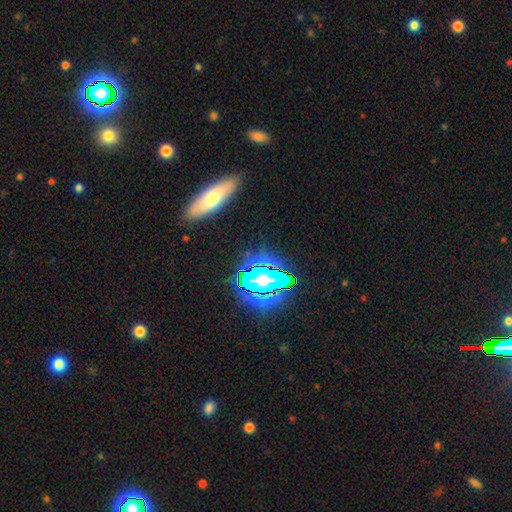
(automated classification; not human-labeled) This appears to be a star or artifact, not a galaxy (41%).